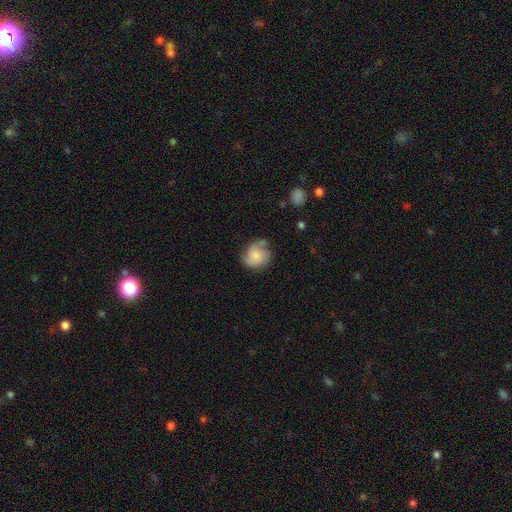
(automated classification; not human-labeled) smooth 60%, featured or disk 32%, star or artifact 8%. Down the decision tree: how rounded — round (74%); merging — none (55%).